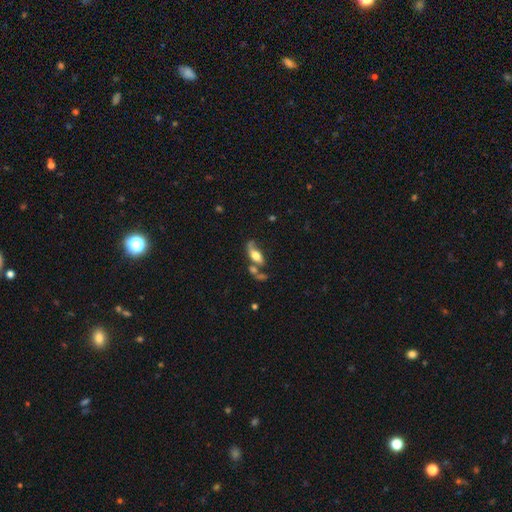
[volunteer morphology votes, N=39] smooth-or-featured: smooth: 64% | featured or disk: 31% | star or artifact: 5%
  how-rounded: in between: 80% | cigar-shaped: 16% | round: 4%
  merging: minor disturbance: 35% | none: 24% | merger: 22% | major disturbance: 19%